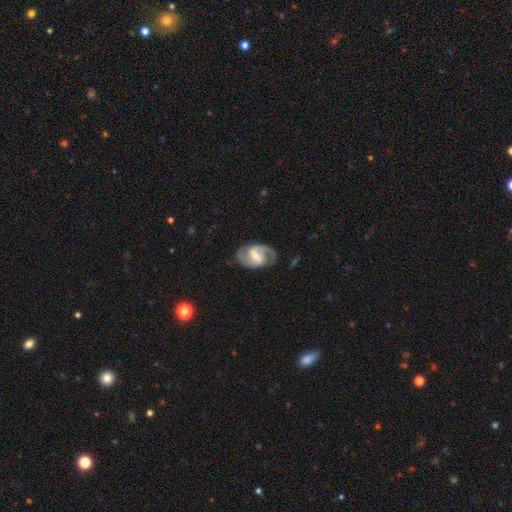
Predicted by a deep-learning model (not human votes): Smooth or featured? featured or disk (86%)
Edge-on disk? no (97%)
Bar? weak (46%)
Spiral arms? yes (95%)
Spiral winding? medium (56%)
Spiral arm count? 2 (91%)
Bulge size? moderate (45%)
Merging? none (81%)